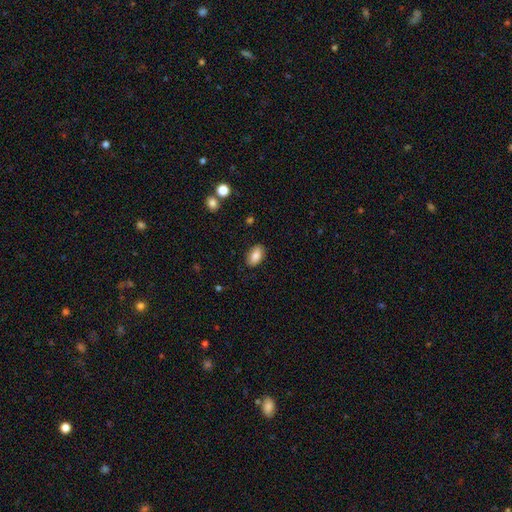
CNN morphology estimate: A smooth galaxy with no disk features (84%) that is in between round and cigar-shaped (93%).

Vote fractions:
- Smooth or featured? smooth: 84% / featured or disk: 8% / star or artifact: 7%
- How rounded? in between: 93% / round: 5% / cigar-shaped: 3%
- Merging? none: 87% / minor disturbance: 10% / major disturbance: 2% / merger: 1%